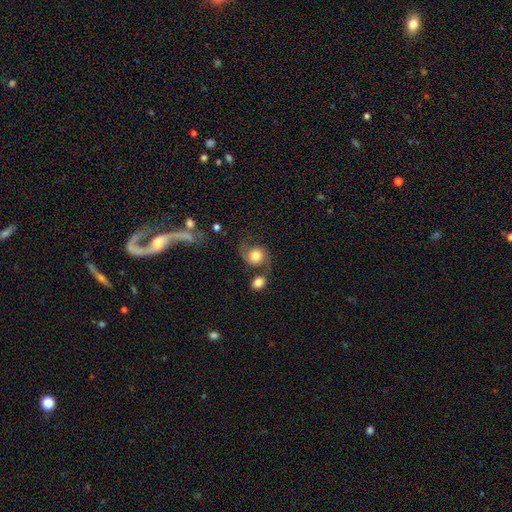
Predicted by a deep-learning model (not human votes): smooth-or-featured: featured or disk: 47% | smooth: 43% | star or artifact: 9%
  merging: none: 52% | minor disturbance: 19% | merger: 16% | major disturbance: 12%